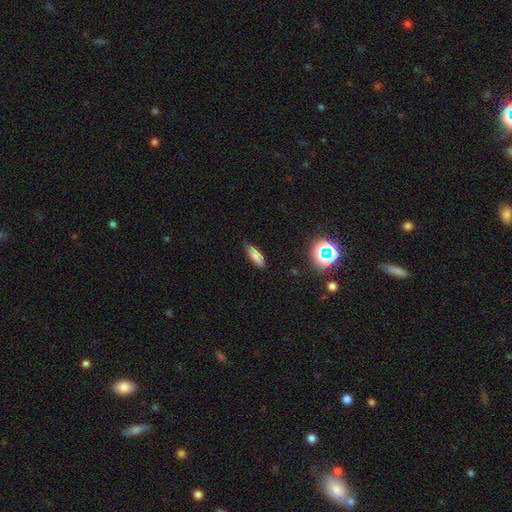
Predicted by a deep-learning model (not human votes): Smooth or featured? Predicted: smooth (p=0.76). How rounded? Predicted: in between (p=0.52). Merging? Predicted: none (p=0.72).